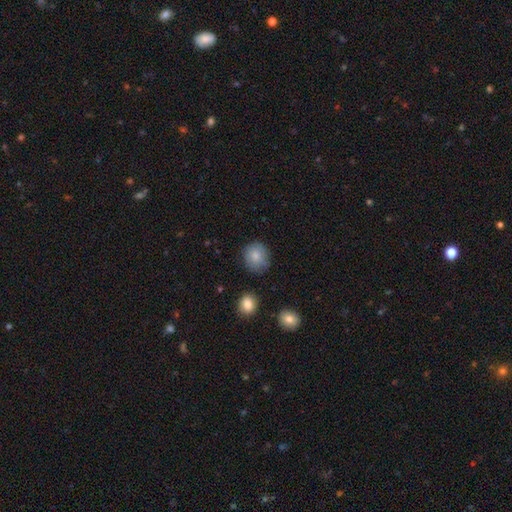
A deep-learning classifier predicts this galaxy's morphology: Smooth or featured: smooth — 84% (featured or disk — 8%)
How rounded: round — 82% (in between — 17%)
Merging: none — 79% (minor disturbance — 15%)